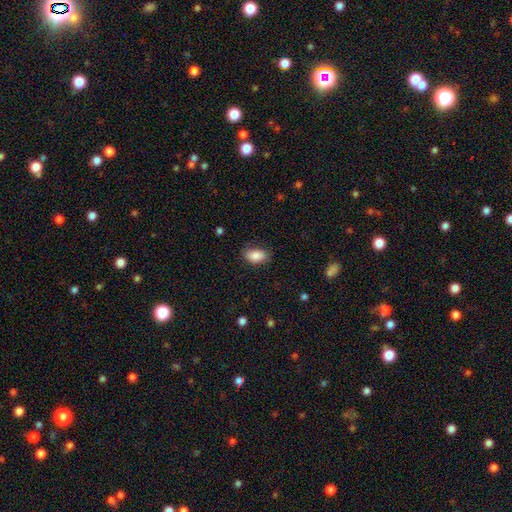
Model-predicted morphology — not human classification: This is clearly a smooth galaxy (85%). How rounded: clearly in between (91%). Merging: likely none (79%).